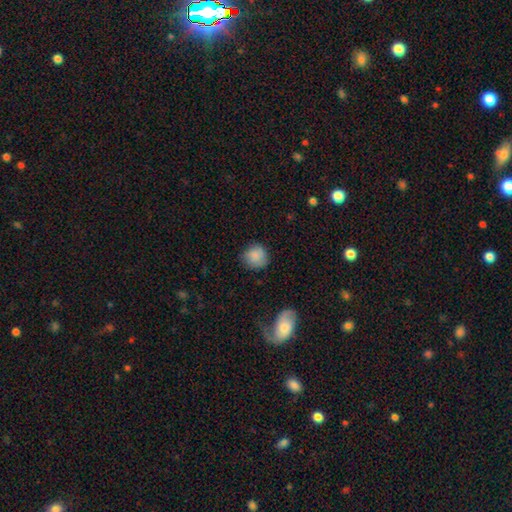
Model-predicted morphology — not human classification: smooth-or-featured: smooth: 85% | star or artifact: 8% | featured or disk: 7%
  how-rounded: round: 88% | in between: 11% | cigar-shaped: 1%
  merging: none: 79% | minor disturbance: 16% | major disturbance: 4% | merger: 2%